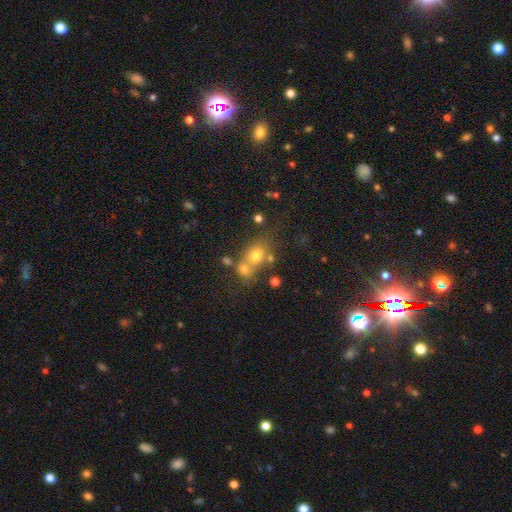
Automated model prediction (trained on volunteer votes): The model was most divided on "merging": none: 42%, merger: 41%, minor disturbance: 11%, major disturbance: 6%. More confident: smooth or featured — smooth (68%); how rounded — round (64%).